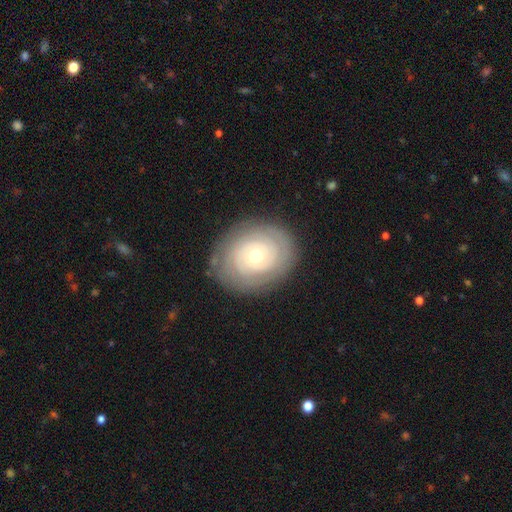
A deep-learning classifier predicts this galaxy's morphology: type=featured or disk (65%); edge-on=no (96%); bar=no (86%); spiral arms=yes (67%); bulge=small (48%); merging=none (83%).